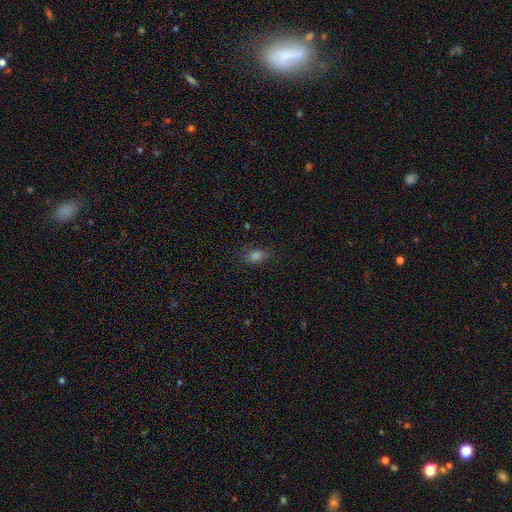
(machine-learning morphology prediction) This appears to be a smooth galaxy with no disk features (71%) that is in between round and cigar-shaped (75%). Merging: none (79%).